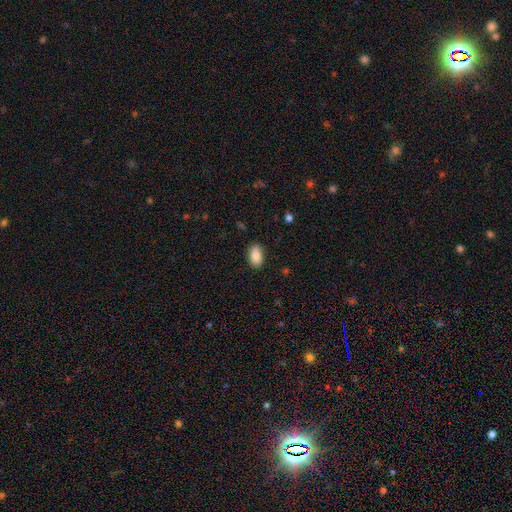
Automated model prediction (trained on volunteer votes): Smooth or featured?
  - smooth: 87% *
  - star or artifact: 7%
  - featured or disk: 6%
How rounded?
  - in between: 93% *
  - round: 5%
  - cigar-shaped: 3%
Merging?
  - none: 85% *
  - minor disturbance: 11%
  - major disturbance: 2%
  - merger: 1%